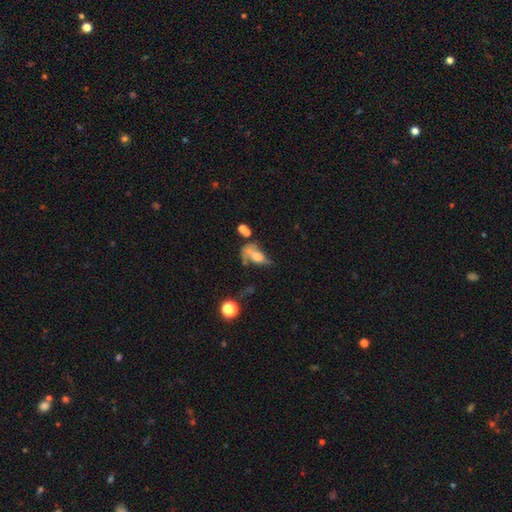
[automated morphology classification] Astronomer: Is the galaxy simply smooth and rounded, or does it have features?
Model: smooth — 48% (runner-up: featured or disk, 38%).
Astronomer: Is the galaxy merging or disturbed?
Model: major disturbance — 34% (runner-up: merger, 32%).